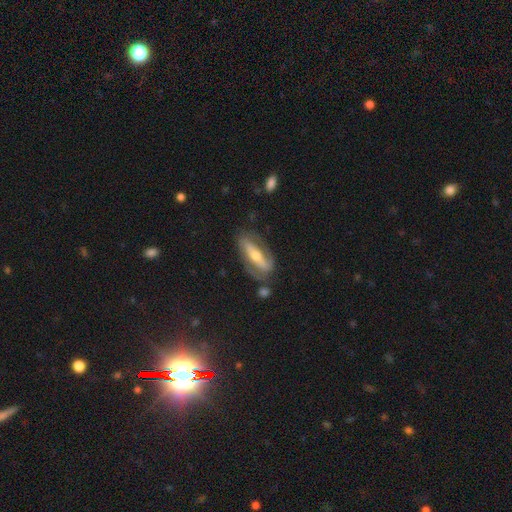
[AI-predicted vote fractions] Smooth or featured? Predicted: featured or disk (p=0.70). Edge-on disk? Predicted: no (p=0.64). Merging? Predicted: none (p=0.69).